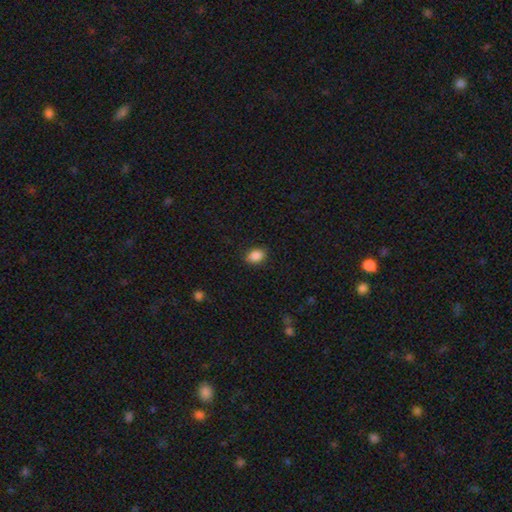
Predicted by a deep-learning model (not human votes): Q: Smooth or featured?
A: smooth (87%); runner-up: star or artifact (9%)
Q: How rounded?
A: in between (74%); runner-up: round (25%)
Q: Merging?
A: none (84%); runner-up: minor disturbance (12%)